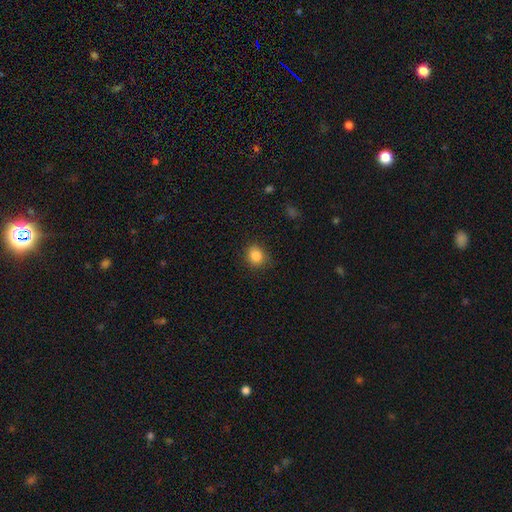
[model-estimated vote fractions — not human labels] smooth_or_featured: smooth (p=0.85) [alt: star or artifact p=0.10]
how_rounded: round (p=0.71) [alt: in between p=0.28]
merging: none (p=0.82) [alt: minor disturbance p=0.13]